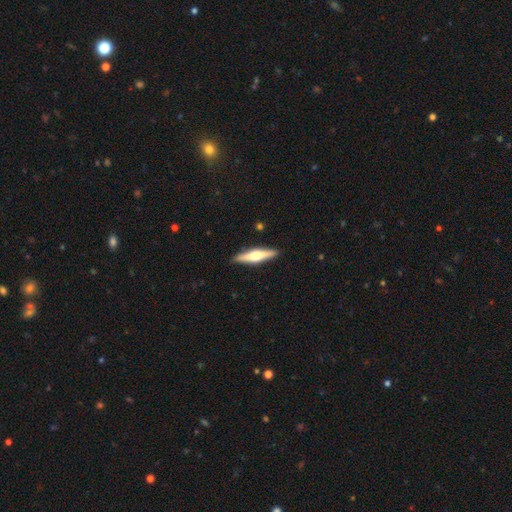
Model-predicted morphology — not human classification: This is possibly a featured or disk galaxy (58%). It is clearly viewed edge-on (96%). Edge-on bulge: clearly rounded (90%). Merging: clearly none (90%).